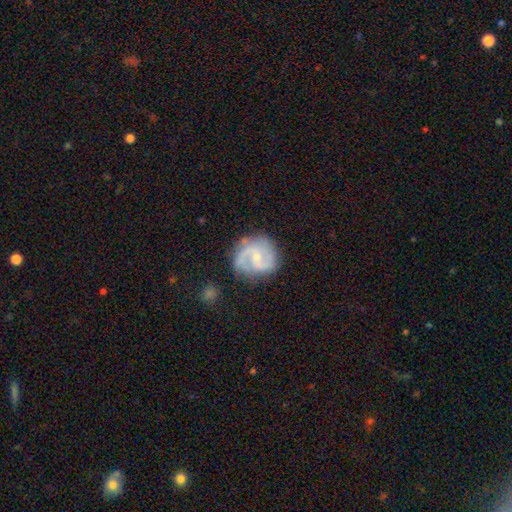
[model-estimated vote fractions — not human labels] Morphology: type=featured or disk (82%); edge-on=no (98%); bar=weak (47%); spiral arms=yes (95%); winding=medium (54%); arm count=2 (80%); bulge=small (66%); merging=none (72%).